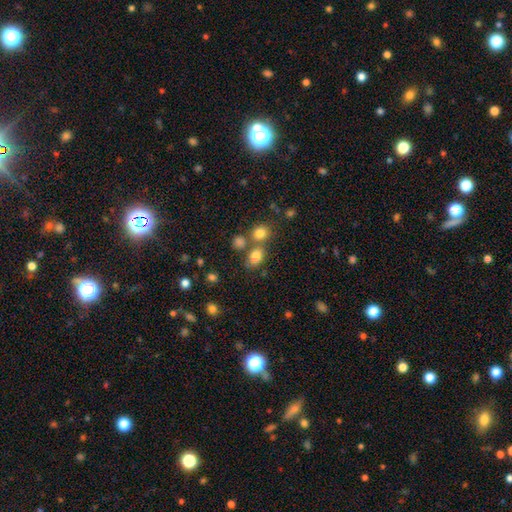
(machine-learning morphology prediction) Smooth or featured?
  - smooth: 79% *
  - star or artifact: 13%
  - featured or disk: 8%
How rounded?
  - in between: 58% *
  - round: 41%
  - cigar-shaped: 1%
Merging?
  - none: 55% *
  - merger: 29%
  - minor disturbance: 11%
  - major disturbance: 5%